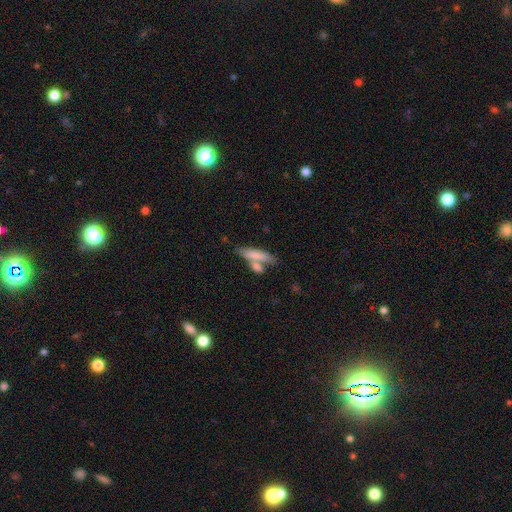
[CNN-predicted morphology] Smooth or featured?
  - smooth: 75% *
  - featured or disk: 19%
  - star or artifact: 6%
How rounded?
  - cigar-shaped: 66% *
  - in between: 31%
  - round: 3%
Merging?
  - none: 49% *
  - merger: 35%
  - minor disturbance: 12%
  - major disturbance: 4%